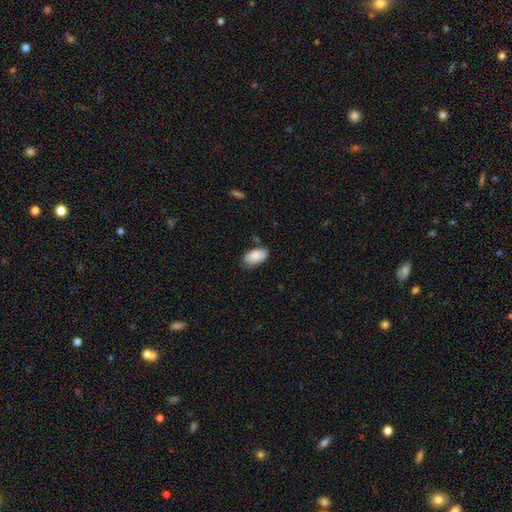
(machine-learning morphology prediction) Overall: smooth (86%). How rounded: in between (95%). Merging: none (73%).